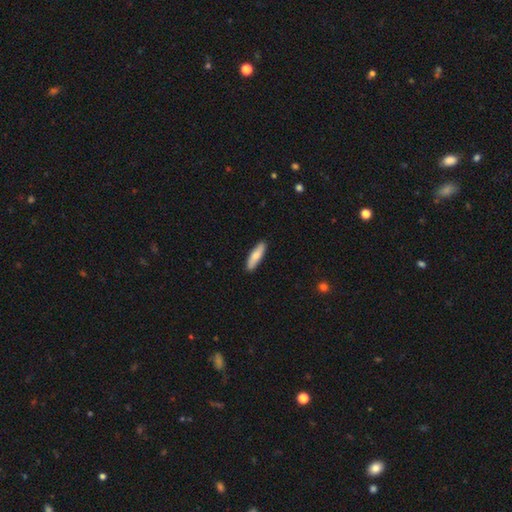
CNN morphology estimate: Q: Smooth or featured?
A: smooth (78%); runner-up: featured or disk (17%)
Q: How rounded?
A: cigar-shaped (66%); runner-up: in between (32%)
Q: Merging?
A: none (90%); runner-up: minor disturbance (8%)